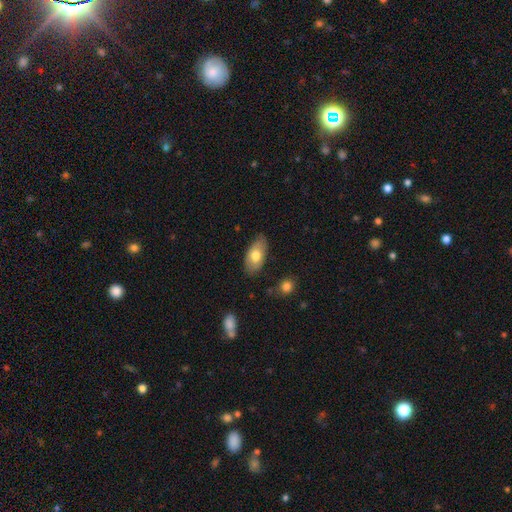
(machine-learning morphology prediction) Smooth or featured? smooth (72%)
How rounded? in between (93%)
Merging? none (81%)